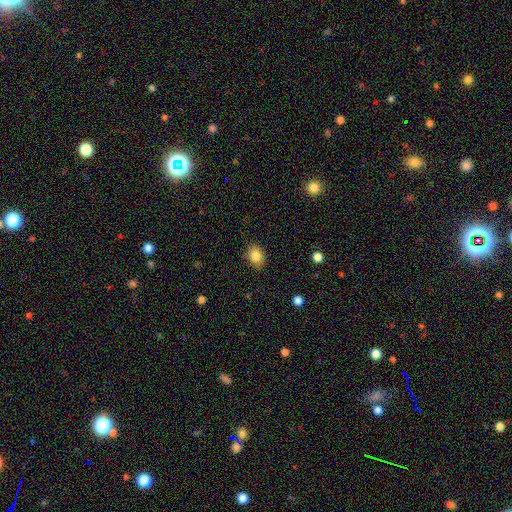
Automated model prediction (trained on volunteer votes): A smooth galaxy with no disk features (84%) that is in between round and cigar-shaped (57%).

Vote fractions:
- Smooth or featured? smooth: 84% / star or artifact: 9% / featured or disk: 7%
- How rounded? in between: 57% / round: 42% / cigar-shaped: 1%
- Merging? none: 86% / minor disturbance: 10% / major disturbance: 2% / merger: 1%